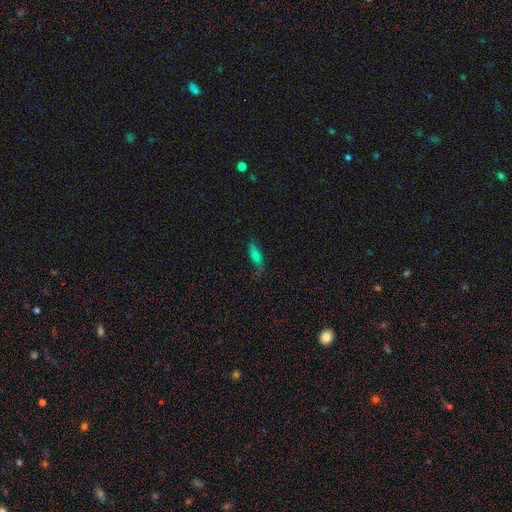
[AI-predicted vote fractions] The model was most divided on "how rounded": in between: 62%, cigar-shaped: 35%, round: 3%. More confident: smooth or featured — smooth (71%); merging — none (62%).